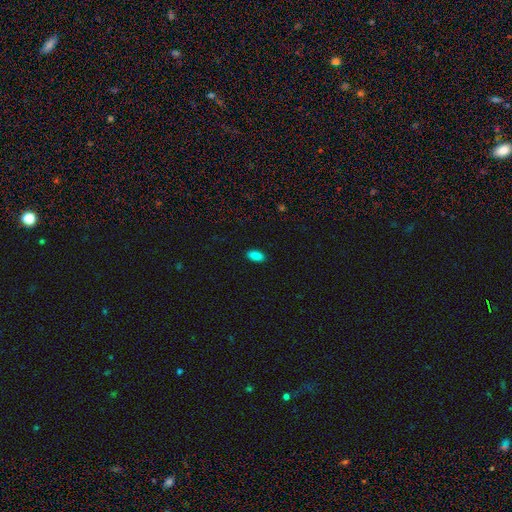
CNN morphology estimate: The model was most divided on "smooth or featured": smooth: 88%, star or artifact: 9%, featured or disk: 3%. More confident: how rounded — in between (93%); merging — none (89%).